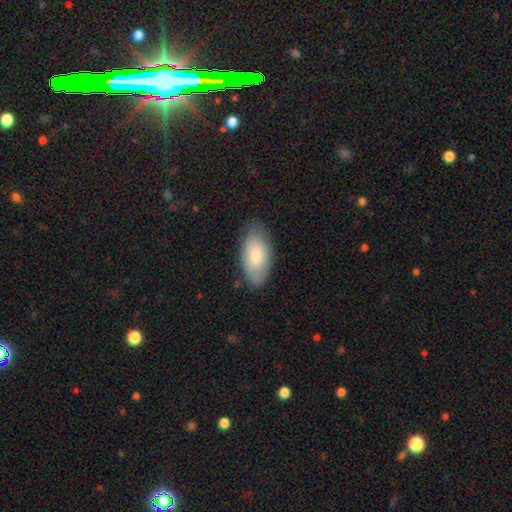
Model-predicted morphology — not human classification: A smooth galaxy with no disk features (74%) that is in between round and cigar-shaped (93%). Merging: none (76%).